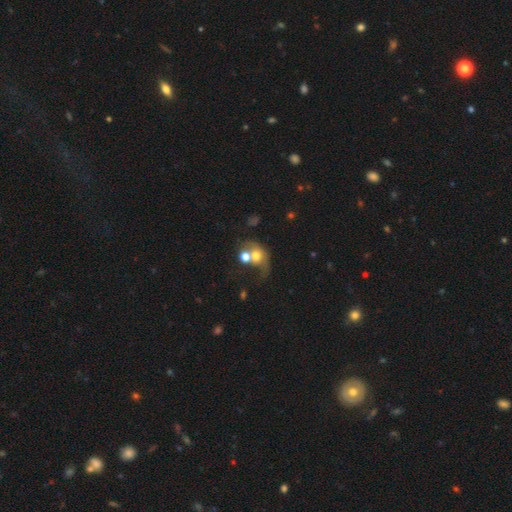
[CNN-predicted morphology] Smooth or featured? smooth (55%)
How rounded? round (53%)
Merging? merger (47%)